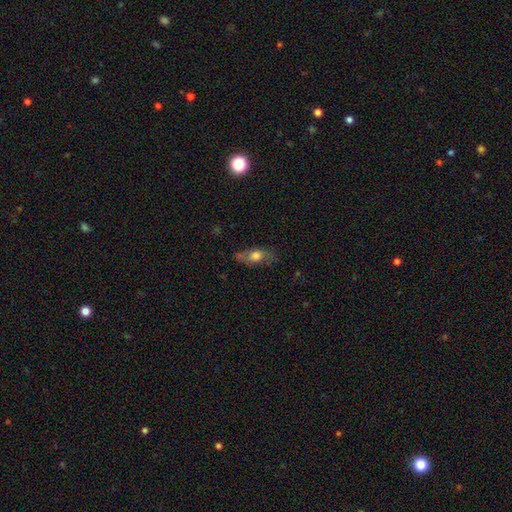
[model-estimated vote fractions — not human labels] A smooth galaxy with no disk features (57%) that is in between round and cigar-shaped (67%). Merging: none (63%).